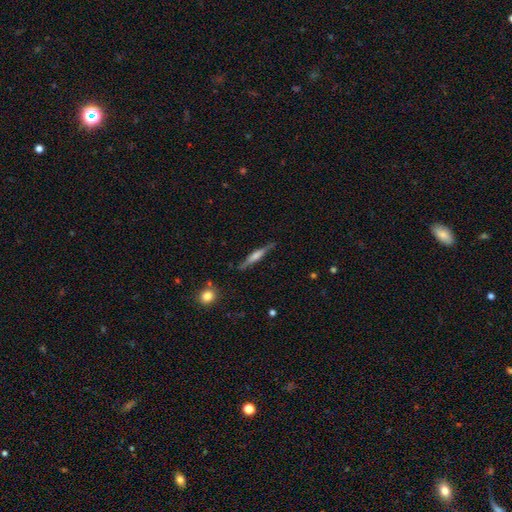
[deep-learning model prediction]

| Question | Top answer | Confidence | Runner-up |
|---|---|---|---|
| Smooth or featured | featured or disk | 67% | smooth (26%) |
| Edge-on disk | yes | 97% | no (3%) |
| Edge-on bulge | rounded | 66% | boxy (21%) |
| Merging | none | 87% | minor disturbance (10%) |